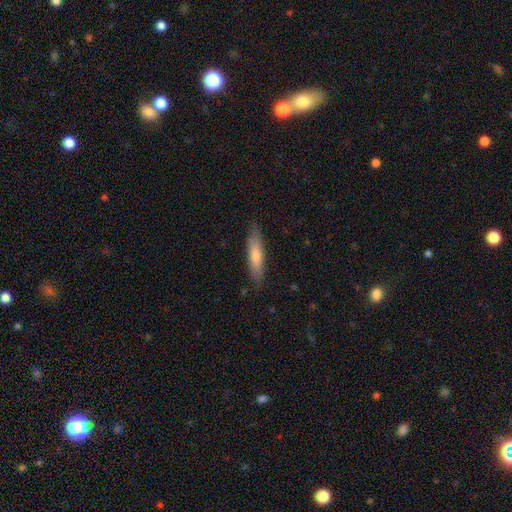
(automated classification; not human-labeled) A smooth galaxy with no disk features (66%) that is cigar-shaped (80%).

Vote fractions:
- Smooth or featured? smooth: 66% / featured or disk: 29% / star or artifact: 6%
- How rounded? cigar-shaped: 80% / in between: 19% / round: 1%
- Merging? none: 85% / minor disturbance: 12% / major disturbance: 2% / merger: 1%